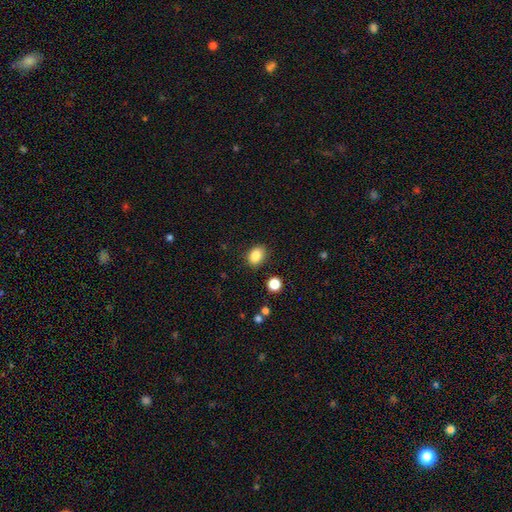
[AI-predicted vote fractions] A smooth galaxy with no disk features (84%) that is in between round and cigar-shaped (65%). Merging: none (84%).